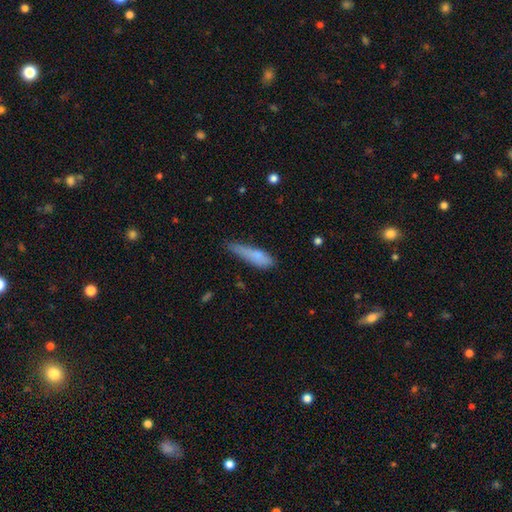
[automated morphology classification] Overall: smooth (75%). How rounded: cigar-shaped (73%). Merging: none (44%; minor disturbance 38%).